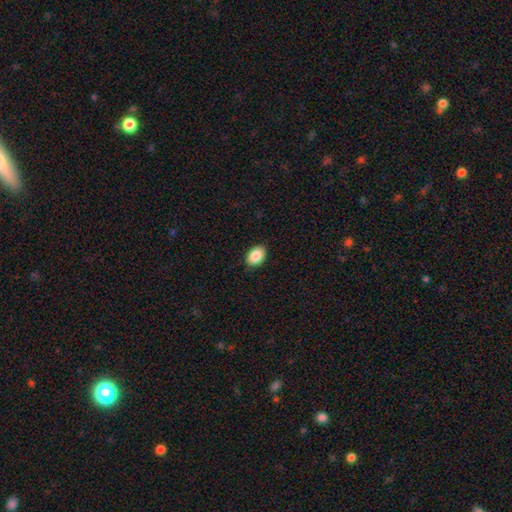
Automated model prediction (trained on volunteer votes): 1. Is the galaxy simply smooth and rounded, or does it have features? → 87% smooth, 8% star or artifact, 5% featured or disk.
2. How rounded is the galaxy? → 81% in between, 18% round, 1% cigar-shaped.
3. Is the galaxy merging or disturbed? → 88% none, 10% minor disturbance, 2% major disturbance, 1% merger.